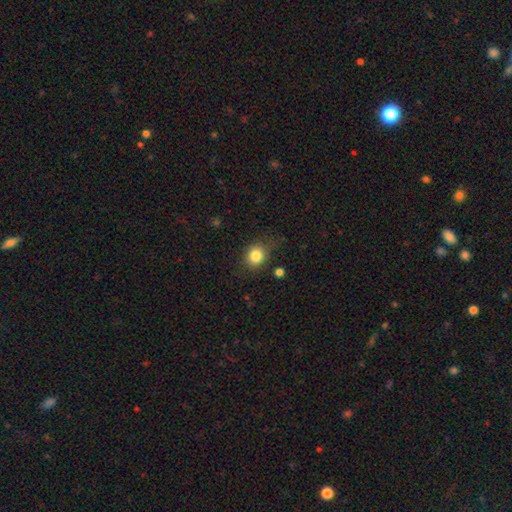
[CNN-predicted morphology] Smooth or featured?
  - smooth: 83% *
  - star or artifact: 10%
  - featured or disk: 7%
How rounded?
  - round: 68% *
  - in between: 31%
  - cigar-shaped: 1%
Merging?
  - none: 72% *
  - minor disturbance: 19%
  - major disturbance: 6%
  - merger: 3%